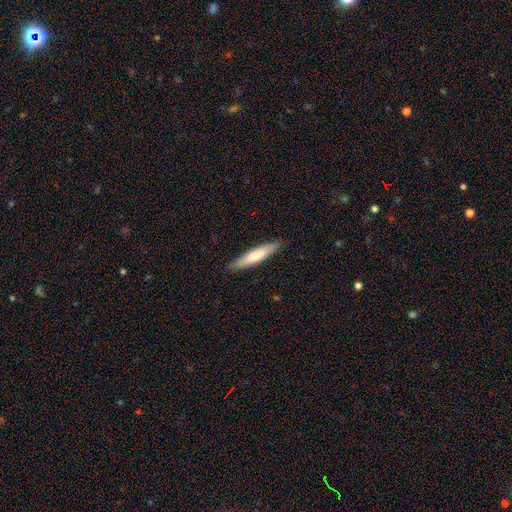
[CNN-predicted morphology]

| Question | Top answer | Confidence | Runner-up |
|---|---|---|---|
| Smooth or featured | smooth | 69% | featured or disk (26%) |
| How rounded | cigar-shaped | 86% | in between (12%) |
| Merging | none | 88% | minor disturbance (9%) |